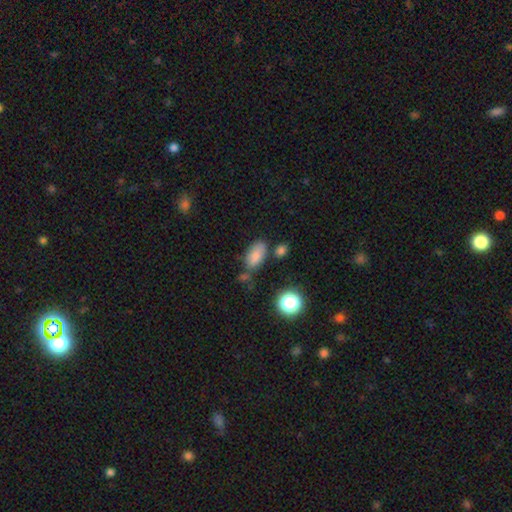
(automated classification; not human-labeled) Overall: smooth (81%). How rounded: in between (91%). Merging: none (63%).